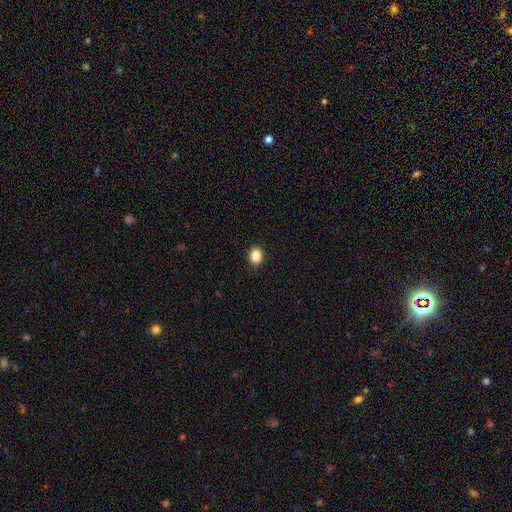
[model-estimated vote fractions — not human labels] Morphology: type=smooth (87%); roundness=in between (58%); merging=none (90%).